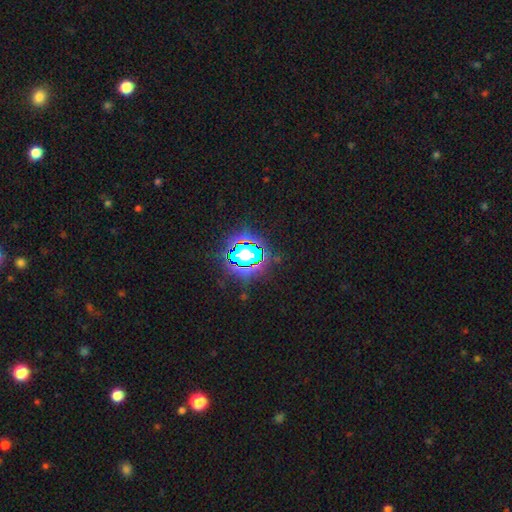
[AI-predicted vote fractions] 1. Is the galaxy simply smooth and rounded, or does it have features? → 79% star or artifact, 13% smooth, 8% featured or disk.